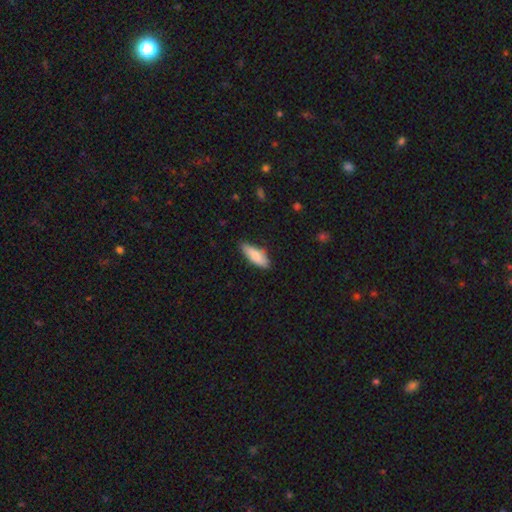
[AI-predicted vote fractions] Morphology: type=smooth (83%); roundness=in between (59%); merging=none (80%).